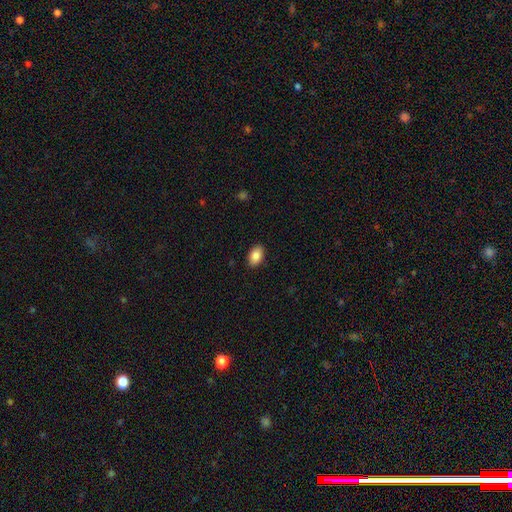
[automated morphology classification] smooth_or_featured: smooth (p=0.87) [alt: star or artifact p=0.07]
how_rounded: in between (p=0.91) [alt: round p=0.08]
merging: none (p=0.89) [alt: minor disturbance p=0.08]